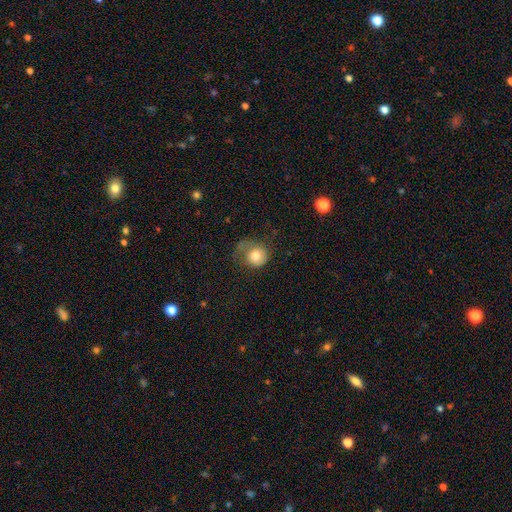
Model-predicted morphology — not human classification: This is likely a smooth galaxy (77%). How rounded: likely round (79%). Merging: marginally none (37%).